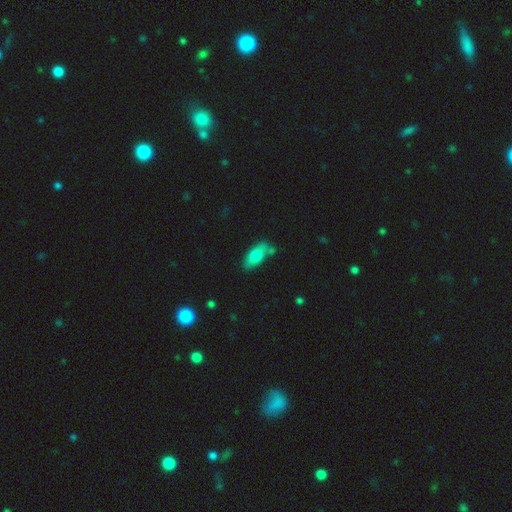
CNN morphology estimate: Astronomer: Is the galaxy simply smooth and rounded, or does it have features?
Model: smooth — 75%.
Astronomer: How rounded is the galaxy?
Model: in between — 86%.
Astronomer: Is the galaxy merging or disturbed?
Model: none — 61%.